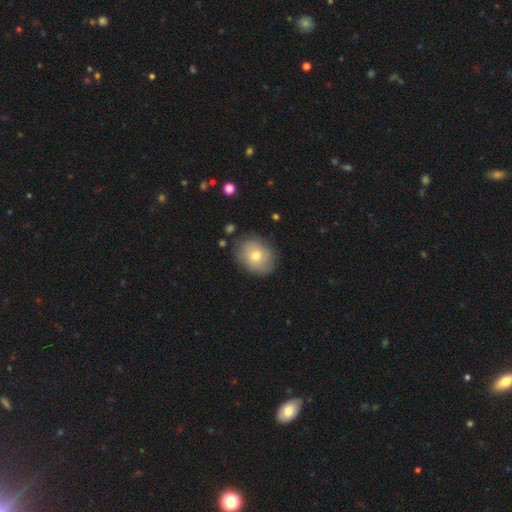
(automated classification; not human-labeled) smooth 72%, featured or disk 19%, star or artifact 8%. Down the decision tree: how rounded — in between (51%); merging — none (81%).